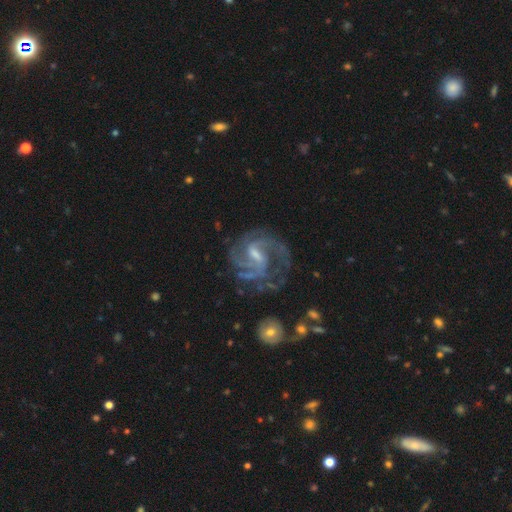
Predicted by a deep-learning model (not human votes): This appears to be a featured or disk galaxy (90%) with a weak bar (56%), 3 (32%) medium (53%) spiral arms (96%) and a small central bulge (46%). Merging: none (60%).